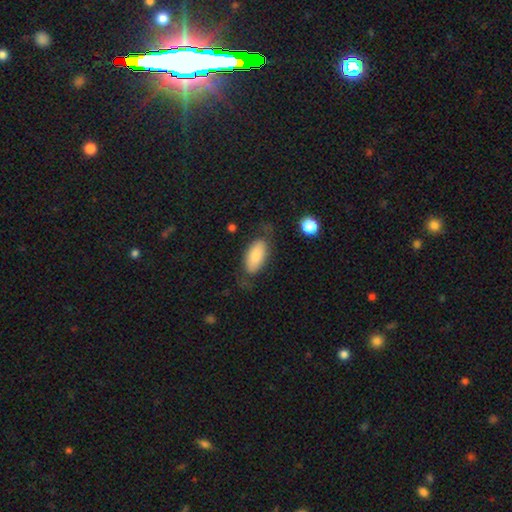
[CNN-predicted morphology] Smooth or featured? Predicted: smooth (p=0.78). How rounded? Predicted: in between (p=0.91). Merging? Predicted: none (p=0.63).